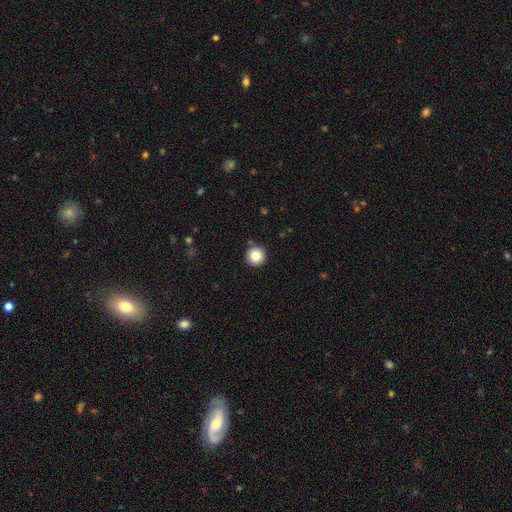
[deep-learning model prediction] Q: Smooth or featured?
A: smooth (84%); runner-up: star or artifact (10%)
Q: How rounded?
A: round (96%); runner-up: in between (3%)
Q: Merging?
A: none (92%); runner-up: minor disturbance (5%)